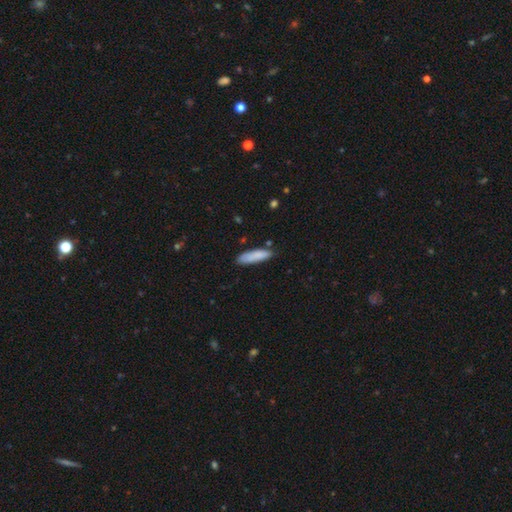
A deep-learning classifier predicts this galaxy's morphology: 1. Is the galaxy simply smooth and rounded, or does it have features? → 85% smooth, 9% featured or disk, 6% star or artifact.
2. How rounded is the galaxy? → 65% cigar-shaped, 34% in between, 1% round.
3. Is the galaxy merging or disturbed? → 74% none, 19% minor disturbance, 3% major disturbance, 3% merger.